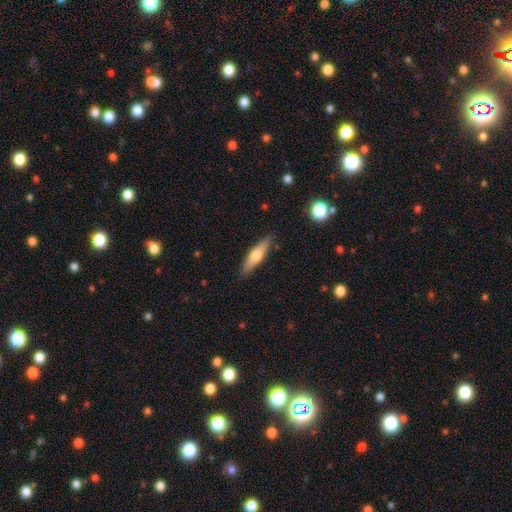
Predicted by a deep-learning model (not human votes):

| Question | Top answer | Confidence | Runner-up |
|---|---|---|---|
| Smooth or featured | smooth | 53% | featured or disk (42%) |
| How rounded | cigar-shaped | 71% | in between (27%) |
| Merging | none | 87% | minor disturbance (10%) |